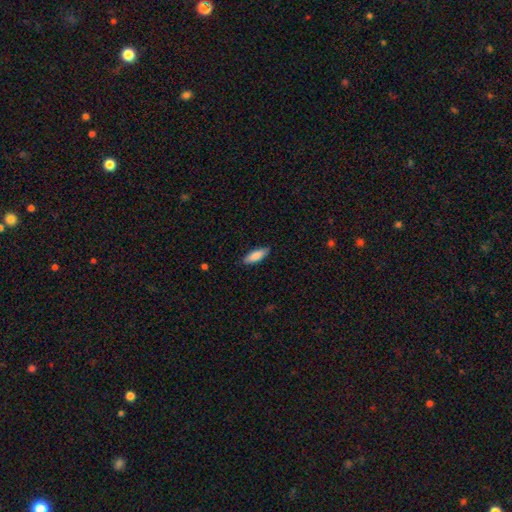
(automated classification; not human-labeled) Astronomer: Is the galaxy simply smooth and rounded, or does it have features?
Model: smooth — 85%.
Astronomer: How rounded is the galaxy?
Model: in between — 61% (runner-up: cigar-shaped, 37%).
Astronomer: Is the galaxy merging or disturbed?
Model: none — 86%.